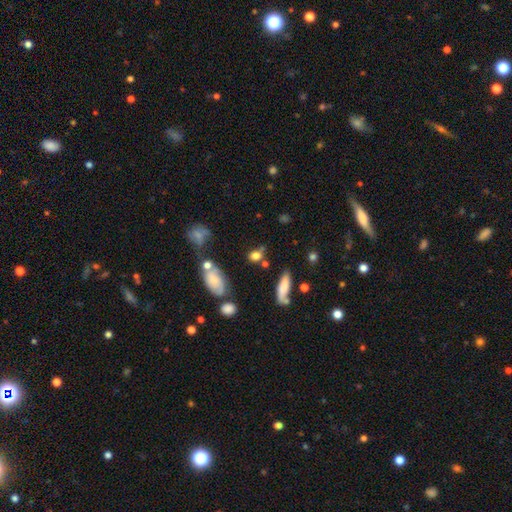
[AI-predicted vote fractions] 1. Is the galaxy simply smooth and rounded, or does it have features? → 74% smooth, 13% star or artifact, 13% featured or disk.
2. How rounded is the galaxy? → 51% in between, 40% round, 9% cigar-shaped.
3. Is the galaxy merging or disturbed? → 57% none, 19% minor disturbance, 16% merger, 8% major disturbance.